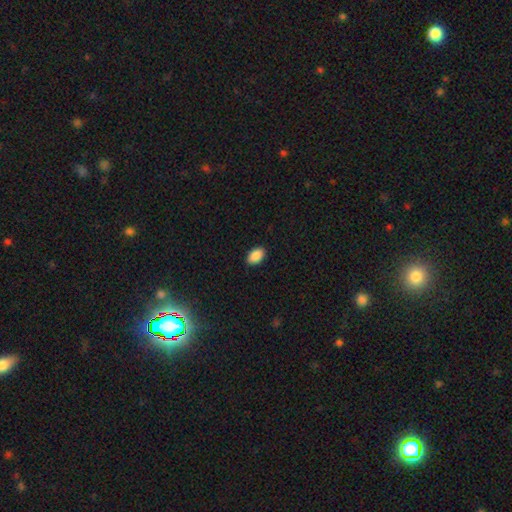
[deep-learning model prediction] This is clearly a smooth galaxy (90%). How rounded: clearly in between (92%). Merging: clearly none (89%).